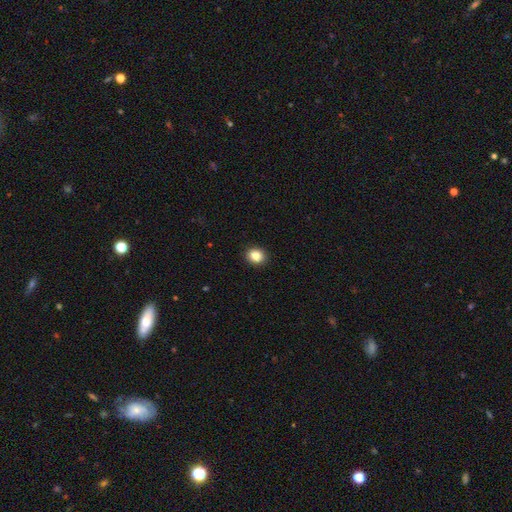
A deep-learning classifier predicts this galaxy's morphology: Overall: smooth (85%). How rounded: round (74%). Merging: none (93%).